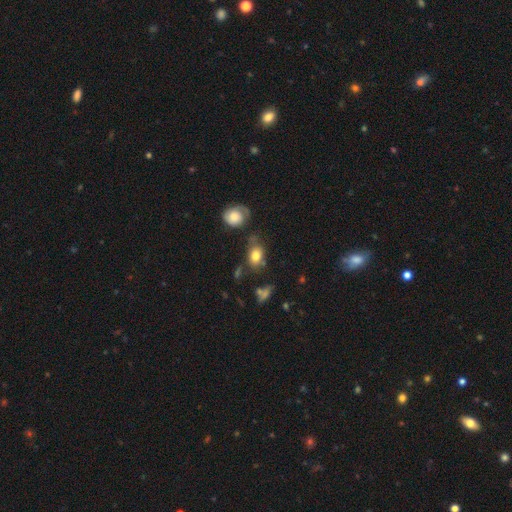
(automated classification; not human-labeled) Q: Smooth or featured?
A: smooth (78%); runner-up: featured or disk (13%)
Q: How rounded?
A: in between (69%); runner-up: round (29%)
Q: Merging?
A: none (61%); runner-up: minor disturbance (21%)